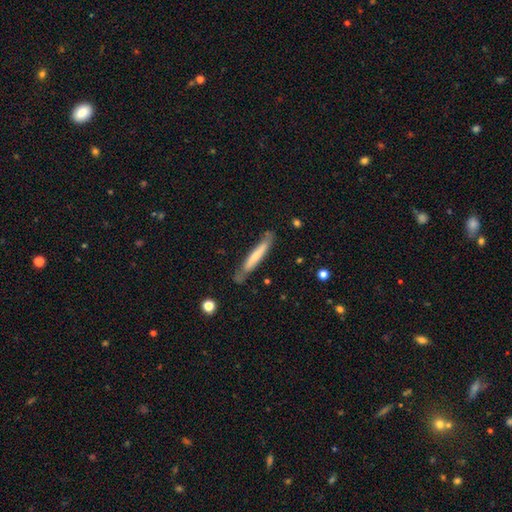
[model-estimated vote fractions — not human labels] Overall: smooth (57%; featured or disk 38%). How rounded: cigar-shaped (94%). Merging: none (72%).